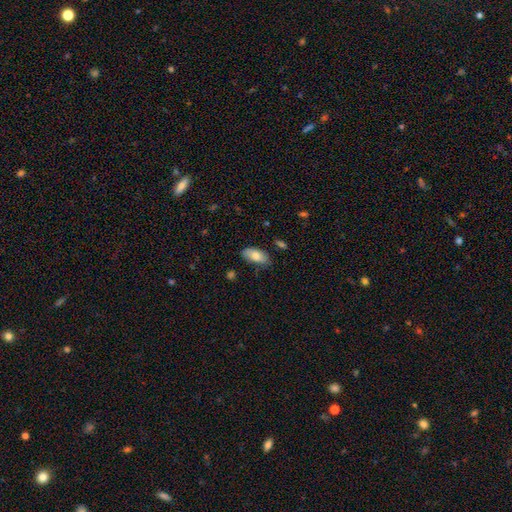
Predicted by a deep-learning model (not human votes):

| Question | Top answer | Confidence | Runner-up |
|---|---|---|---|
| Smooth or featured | smooth | 77% | featured or disk (16%) |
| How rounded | in between | 92% | cigar-shaped (5%) |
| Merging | none | 75% | minor disturbance (19%) |